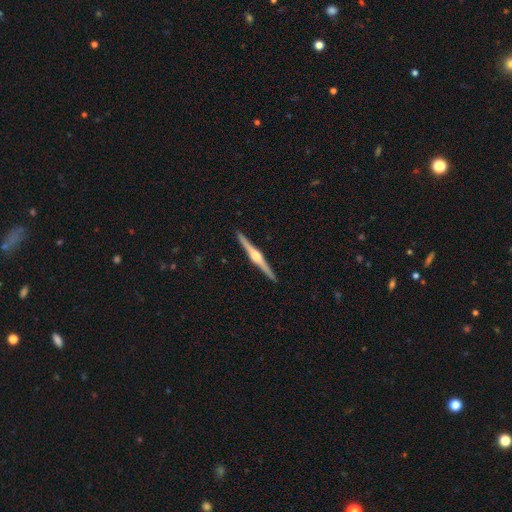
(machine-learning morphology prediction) A featured or disk galaxy (85%) viewed edge-on (99%) with a rounded central bulge (87%). Merging: none (93%).